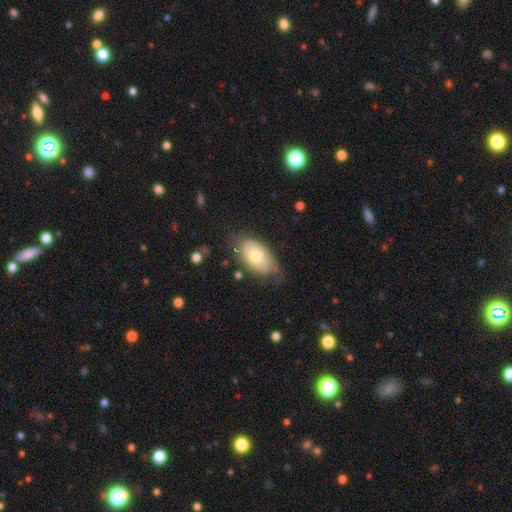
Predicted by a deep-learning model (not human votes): Smooth or featured? smooth (65%)
How rounded? in between (93%)
Merging? none (60%)